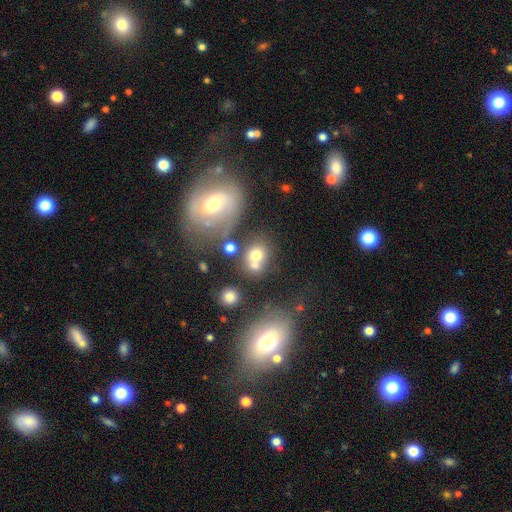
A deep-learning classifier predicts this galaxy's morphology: Smooth or featured? Predicted: smooth (p=0.68). How rounded? Predicted: round (p=0.60). Merging? Predicted: merger (p=0.42).